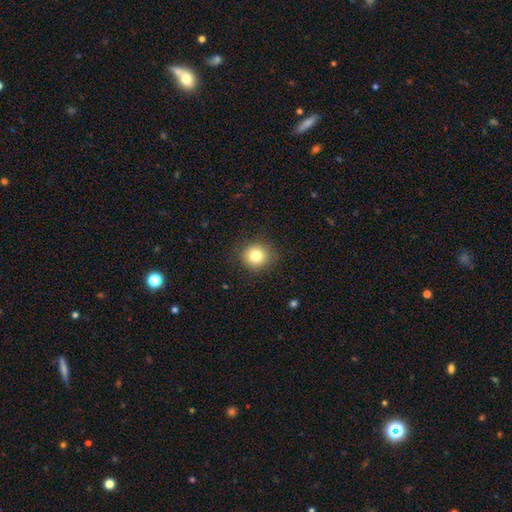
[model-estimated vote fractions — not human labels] A smooth galaxy with no disk features (81%) that is round (90%).

Vote fractions:
- Smooth or featured? smooth: 81% / star or artifact: 11% / featured or disk: 8%
- How rounded? round: 90% / in between: 9% / cigar-shaped: 1%
- Merging? none: 87% / minor disturbance: 9% / major disturbance: 3% / merger: 1%